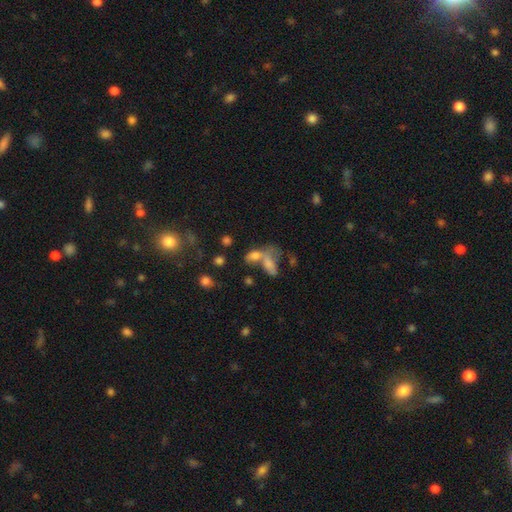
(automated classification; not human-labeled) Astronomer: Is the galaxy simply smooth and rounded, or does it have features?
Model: smooth — 65%.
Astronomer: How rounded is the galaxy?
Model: in between — 76%.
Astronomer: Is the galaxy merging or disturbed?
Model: merger — 50% (runner-up: none, 30%).